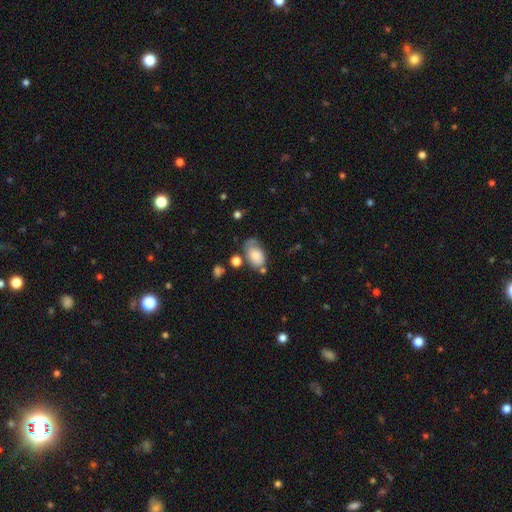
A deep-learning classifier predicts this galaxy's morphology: Overall: smooth (69%). How rounded: in between (87%). Merging: none (40%; minor disturbance 29%).